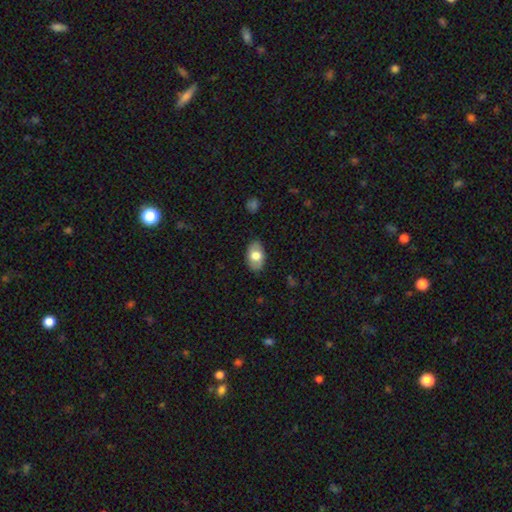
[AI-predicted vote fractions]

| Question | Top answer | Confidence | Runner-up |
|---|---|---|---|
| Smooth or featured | smooth | 62% | featured or disk (31%) |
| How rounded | in between | 89% | round (9%) |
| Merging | none | 83% | minor disturbance (13%) |